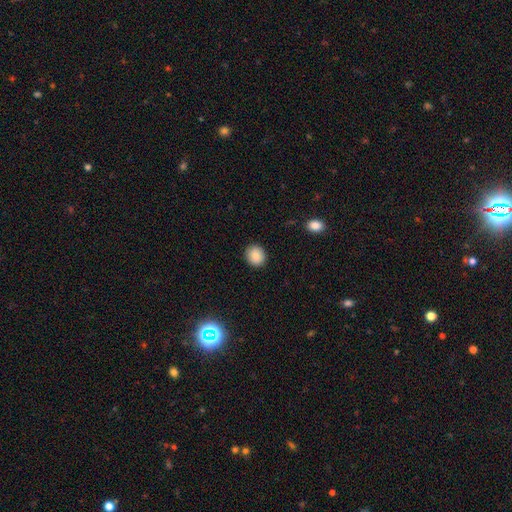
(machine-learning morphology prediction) This is clearly a smooth galaxy (87%). How rounded: likely round (79%). Merging: clearly none (90%).